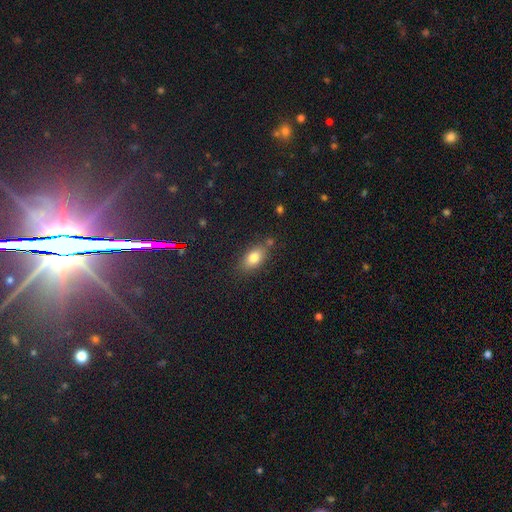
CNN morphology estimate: type=smooth (76%); roundness=in between (84%); merging=none (77%).